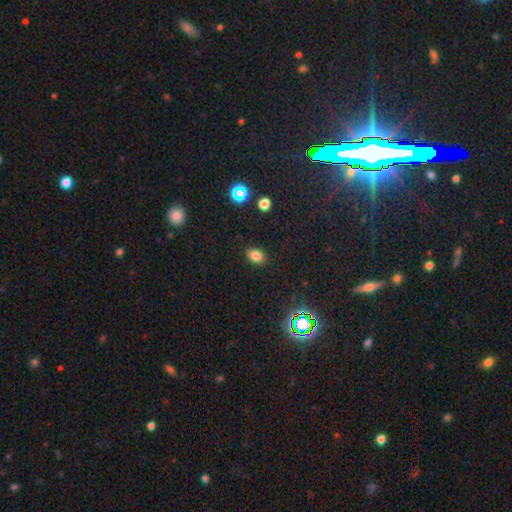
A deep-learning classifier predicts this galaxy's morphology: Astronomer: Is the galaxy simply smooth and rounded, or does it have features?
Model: smooth — 82%.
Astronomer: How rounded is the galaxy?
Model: in between — 72%.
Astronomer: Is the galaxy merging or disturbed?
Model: none — 88%.